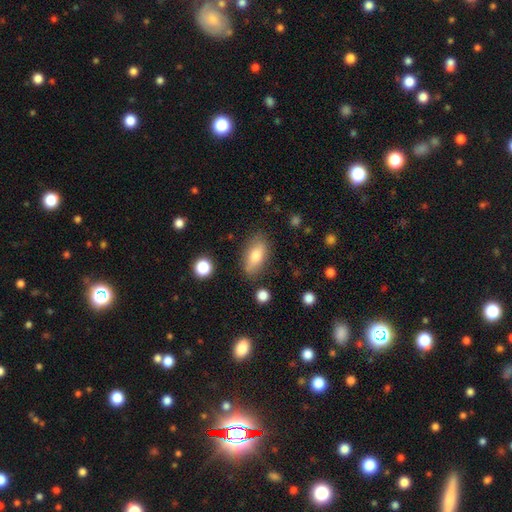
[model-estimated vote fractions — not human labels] Smooth or featured: smooth — 74% (featured or disk — 18%)
How rounded: in between — 83% (cigar-shaped — 13%)
Merging: none — 79% (minor disturbance — 14%)